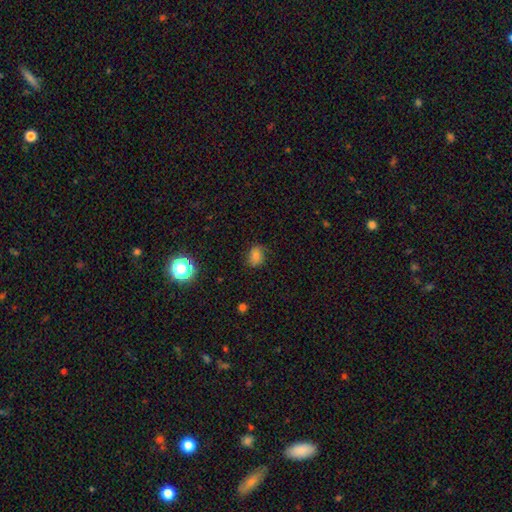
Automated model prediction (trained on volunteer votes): Smooth or featured?
  - smooth: 68% *
  - featured or disk: 17%
  - star or artifact: 15%
How rounded?
  - in between: 52% *
  - round: 46%
  - cigar-shaped: 1%
Merging?
  - none: 69% *
  - minor disturbance: 22%
  - major disturbance: 7%
  - merger: 1%